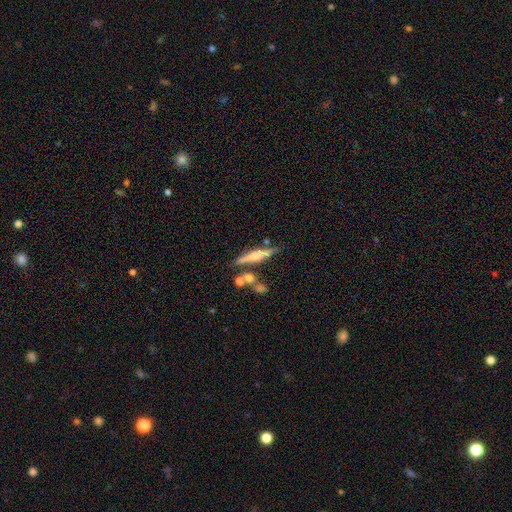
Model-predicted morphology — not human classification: A featured or disk galaxy (57%) viewed edge-on (94%) with a rounded central bulge (72%).

Vote fractions:
- Smooth or featured? featured or disk: 57% / smooth: 36% / star or artifact: 8%
- Edge-on disk? yes: 94% / no: 6%
- Edge-on bulge? rounded: 72% / none: 16% / boxy: 12%
- Merging? none: 70% / merger: 13% / minor disturbance: 12% / major disturbance: 4%